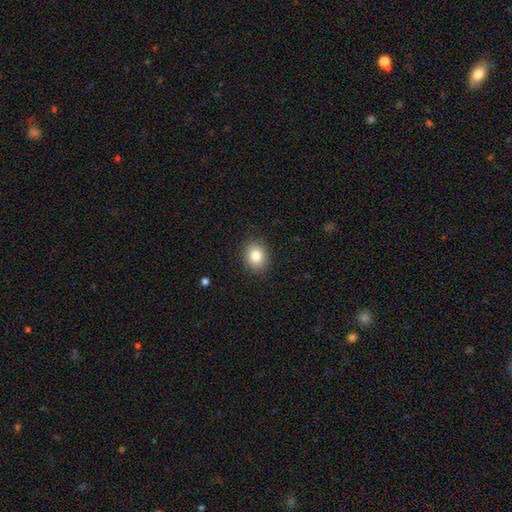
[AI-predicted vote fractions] Smooth or featured: smooth — 84% (star or artifact — 9%)
How rounded: round — 61% (in between — 38%)
Merging: none — 89% (minor disturbance — 8%)